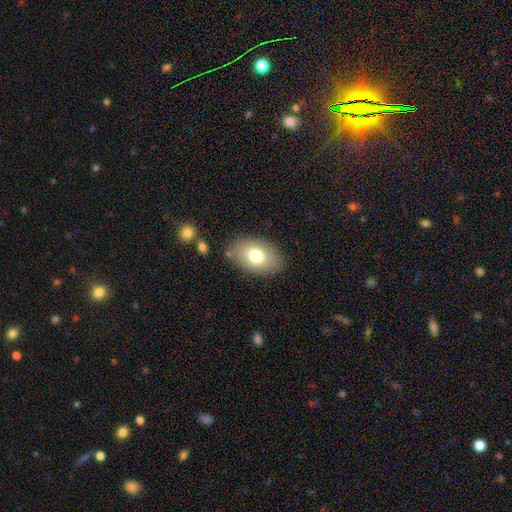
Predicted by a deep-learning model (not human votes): Smooth or featured?
  - smooth: 75% *
  - featured or disk: 17%
  - star or artifact: 8%
How rounded?
  - in between: 89% *
  - round: 10%
  - cigar-shaped: 1%
Merging?
  - none: 83% *
  - minor disturbance: 11%
  - major disturbance: 3%
  - merger: 2%